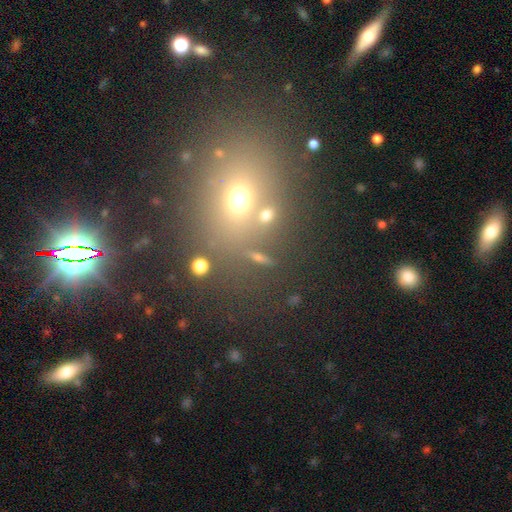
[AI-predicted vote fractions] The model was most divided on "smooth or featured": smooth: 49%, star or artifact: 38%, featured or disk: 13%. More confident: merging — none (74%).